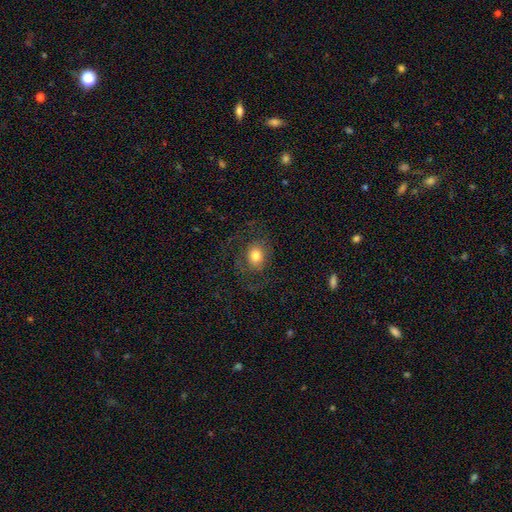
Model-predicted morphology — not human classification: A smooth galaxy with no disk features (62%) that is round (55%). Merging: none (64%).